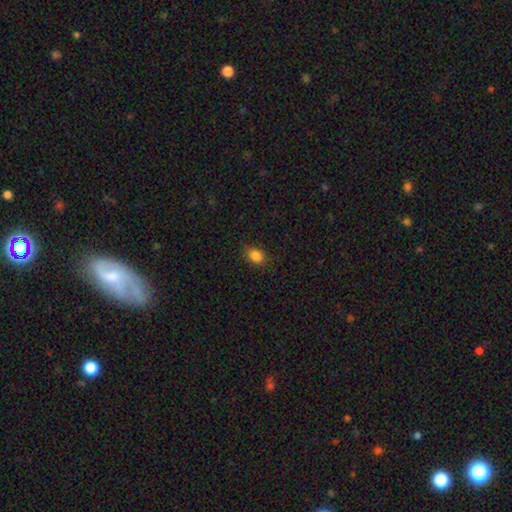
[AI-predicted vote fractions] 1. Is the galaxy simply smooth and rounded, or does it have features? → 85% smooth, 10% star or artifact, 5% featured or disk.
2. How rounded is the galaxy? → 71% in between, 28% round, 1% cigar-shaped.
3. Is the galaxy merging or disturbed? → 82% none, 14% minor disturbance, 3% major disturbance, 1% merger.